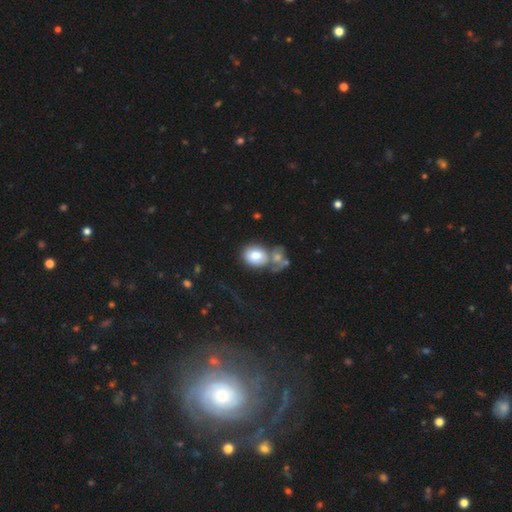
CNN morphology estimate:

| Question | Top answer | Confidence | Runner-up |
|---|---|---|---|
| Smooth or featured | smooth | 72% | featured or disk (21%) |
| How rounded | in between | 57% | round (42%) |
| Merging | merger | 44% | none (28%) |